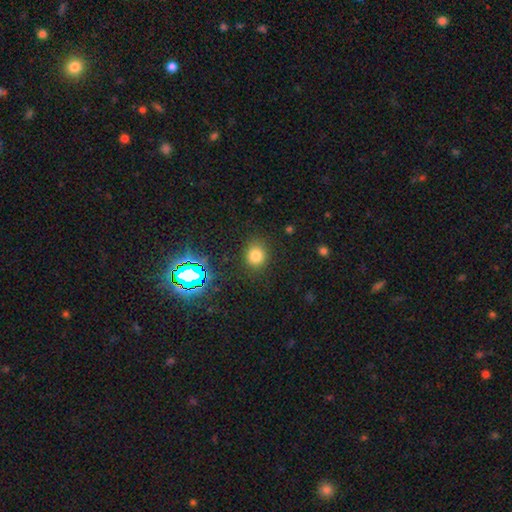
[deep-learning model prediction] Smooth or featured?
  - smooth: 75% *
  - star or artifact: 19%
  - featured or disk: 7%
How rounded?
  - round: 74% *
  - in between: 25%
  - cigar-shaped: 1%
Merging?
  - none: 86% *
  - minor disturbance: 9%
  - major disturbance: 3%
  - merger: 2%